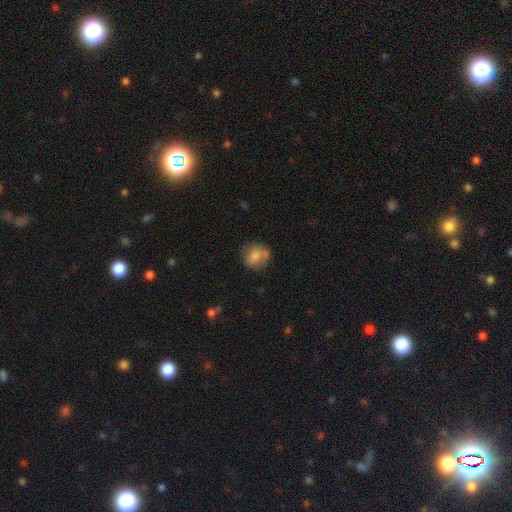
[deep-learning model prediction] This appears to be a smooth galaxy with no disk features (76%) that is round (81%). Merging: none (70%).